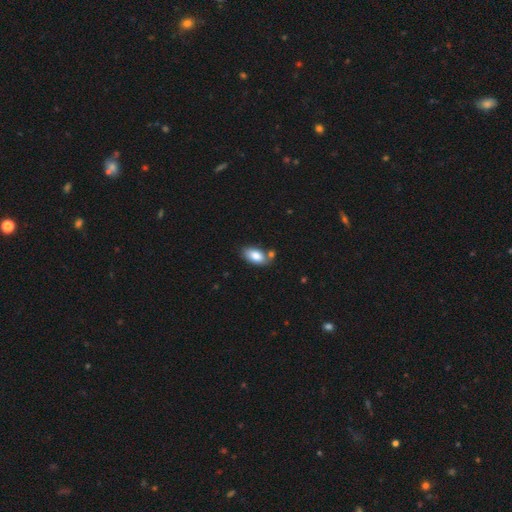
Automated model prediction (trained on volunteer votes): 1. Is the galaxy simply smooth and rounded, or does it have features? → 83% smooth, 10% featured or disk, 7% star or artifact.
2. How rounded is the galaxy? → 93% in between, 4% round, 3% cigar-shaped.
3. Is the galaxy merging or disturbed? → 66% none, 15% minor disturbance, 15% merger, 4% major disturbance.